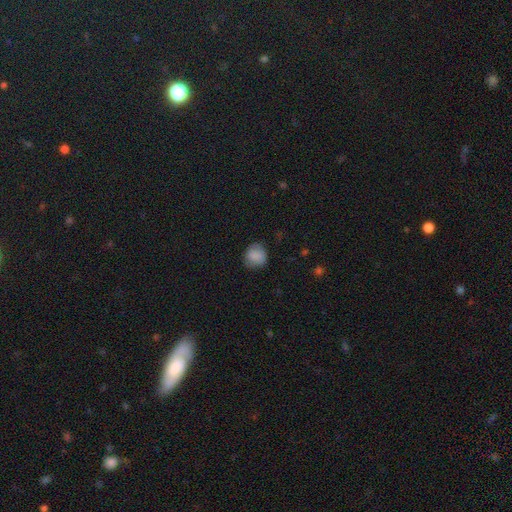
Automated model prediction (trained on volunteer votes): Overall: smooth (85%). How rounded: round (80%). Merging: none (78%).